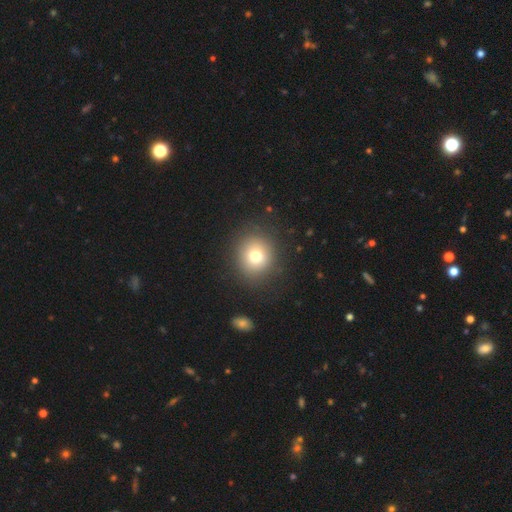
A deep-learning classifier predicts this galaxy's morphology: The model was most divided on "smooth or featured": smooth: 75%, star or artifact: 13%, featured or disk: 12%. More confident: merging — none (88%); how rounded — round (87%).